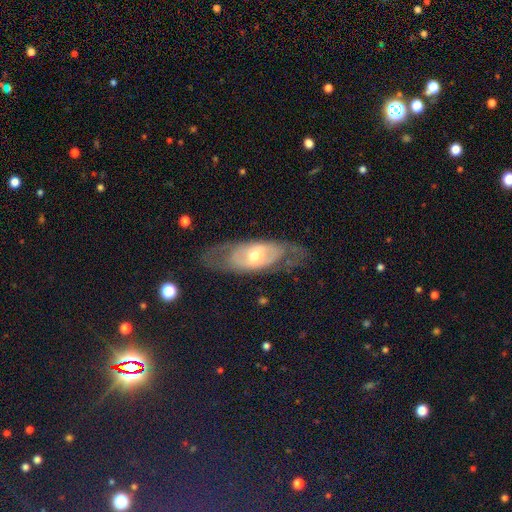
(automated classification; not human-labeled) featured or disk 68%, smooth 26%, star or artifact 6%. Down the decision tree: edge-on disk — no (83%); bar — no (66%); spiral arms — no (53%); bulge size — moderate (61%); merging — none (68%).